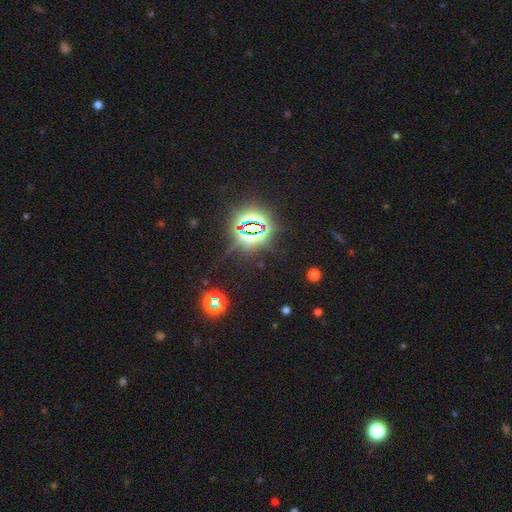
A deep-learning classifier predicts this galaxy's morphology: A star or artifact, not a galaxy (84%).